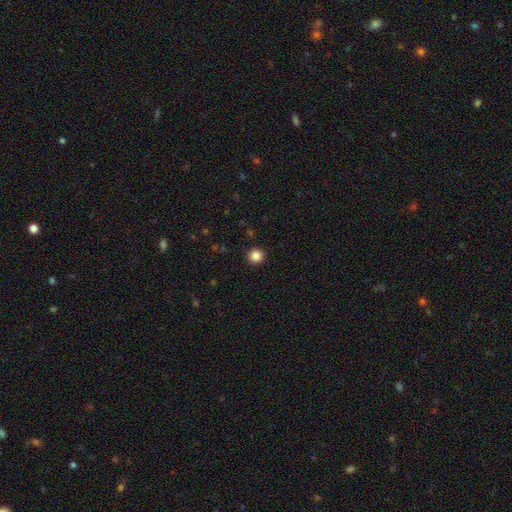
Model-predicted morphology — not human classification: Smooth or featured? smooth (85%)
How rounded? round (95%)
Merging? none (93%)